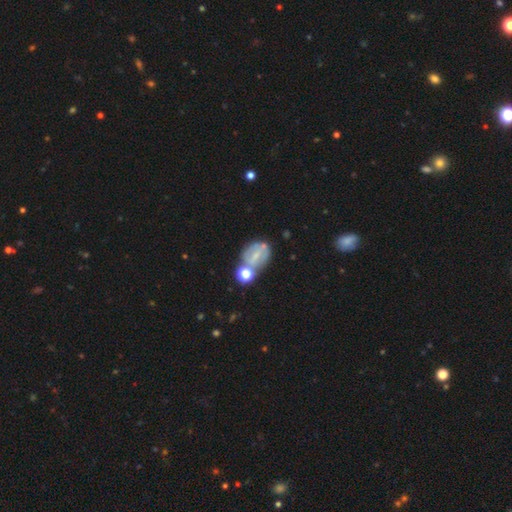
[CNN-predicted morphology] Smooth or featured?
  - featured or disk: 51% *
  - smooth: 37%
  - star or artifact: 12%
Edge-on disk?
  - no: 95% *
  - yes: 5%
Merging?
  - none: 45% *
  - merger: 23%
  - minor disturbance: 20%
  - major disturbance: 11%